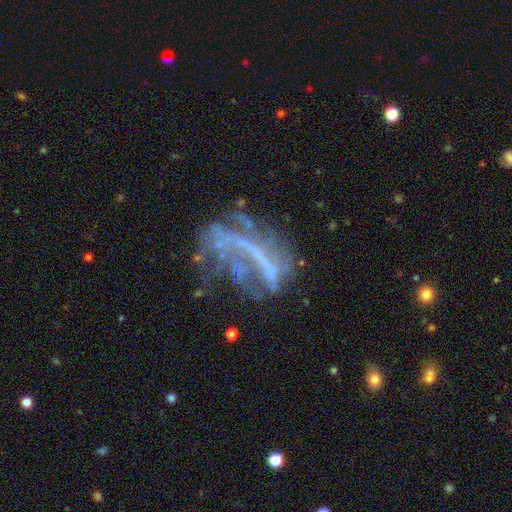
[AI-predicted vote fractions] Overall: featured or disk (63%). Edge-on disk: no (87%). Bar: no (54%; strong 31%). Spiral arms: no (71%). Bulge size: none (77%). Merging: major disturbance (42%; none 32%).